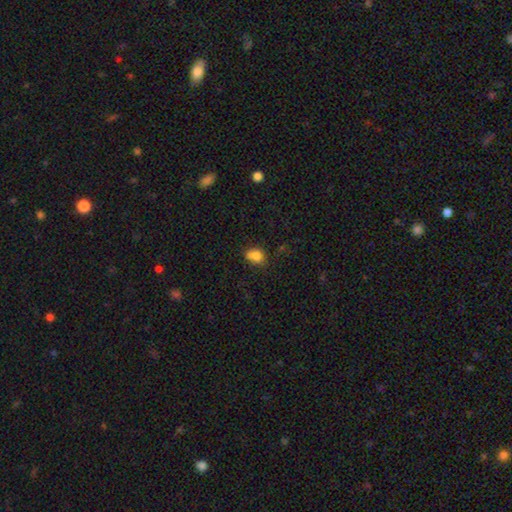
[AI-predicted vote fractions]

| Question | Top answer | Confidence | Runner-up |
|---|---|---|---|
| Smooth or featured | smooth | 79% | star or artifact (12%) |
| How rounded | in between | 57% | round (41%) |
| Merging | none | 45% | minor disturbance (29%) |